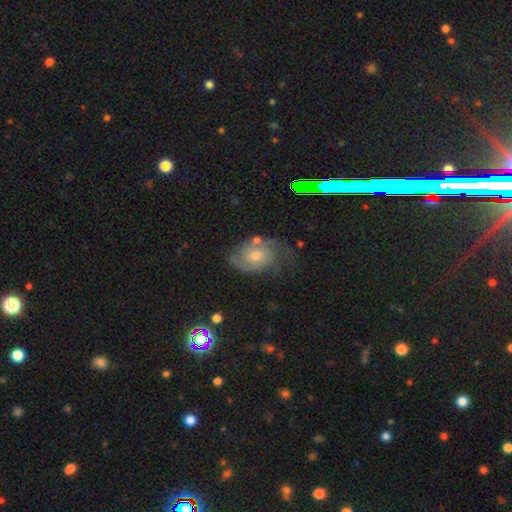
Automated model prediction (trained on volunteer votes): featured or disk 75%, smooth 15%, star or artifact 10%. Down the decision tree: edge-on disk — no (97%); bar — no (67%); spiral arms — yes (93%); spiral arm count — 2 (63%); spiral winding — medium (43%); bulge size — moderate (53%); merging — none (58%).